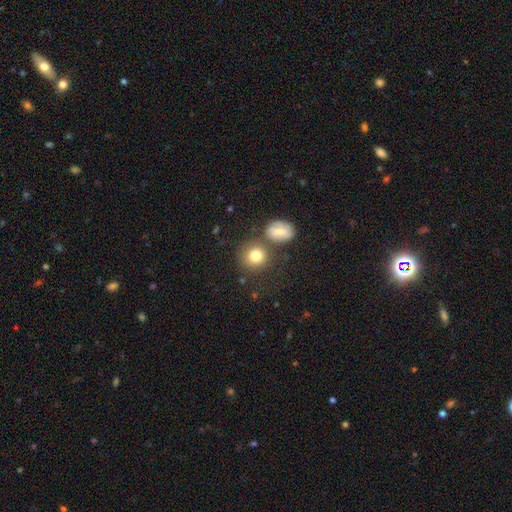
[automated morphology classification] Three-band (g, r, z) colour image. It shows a smooth galaxy with no disk features (80%) that is round (85%). Merging: none (66%).